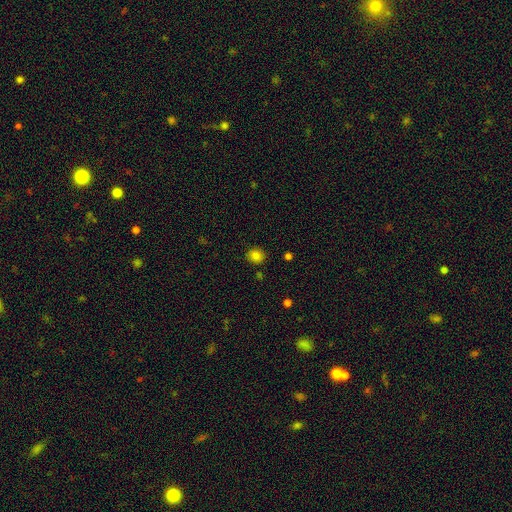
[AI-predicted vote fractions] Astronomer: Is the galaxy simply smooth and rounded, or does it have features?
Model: smooth — 82%.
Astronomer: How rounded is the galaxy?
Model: round — 75%.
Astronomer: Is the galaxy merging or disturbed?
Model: none — 86%.